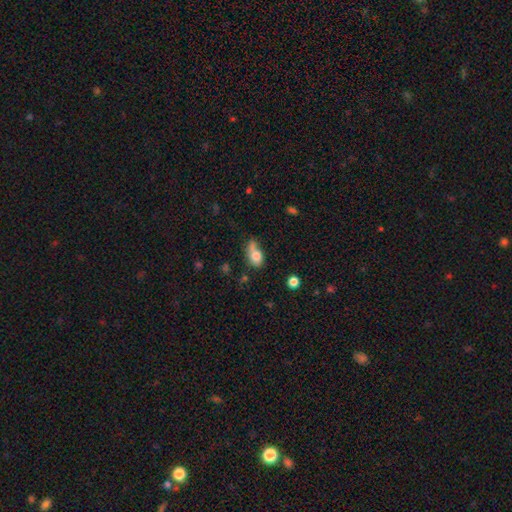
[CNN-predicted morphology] smooth 76%, featured or disk 14%, star or artifact 10%. Down the decision tree: how rounded — in between (70%); merging — none (34%).